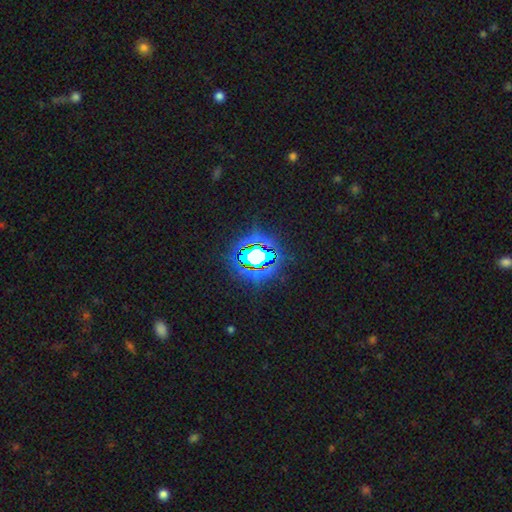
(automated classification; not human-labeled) This is likely a star or artifact rather than a galaxy (69%).